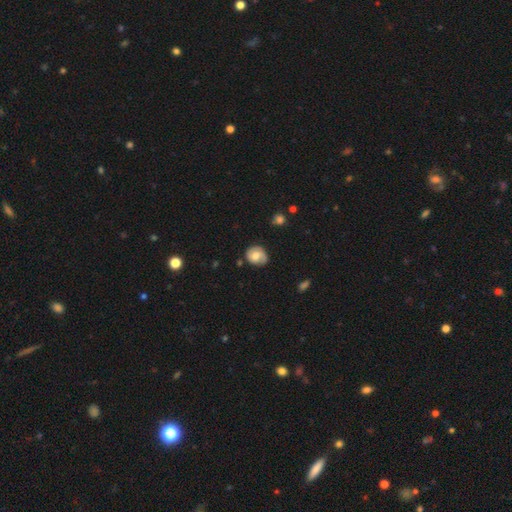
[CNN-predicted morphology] Smooth or featured?
  - smooth: 50% *
  - featured or disk: 43%
  - star or artifact: 7%
Merging?
  - none: 70% *
  - minor disturbance: 23%
  - major disturbance: 5%
  - merger: 2%